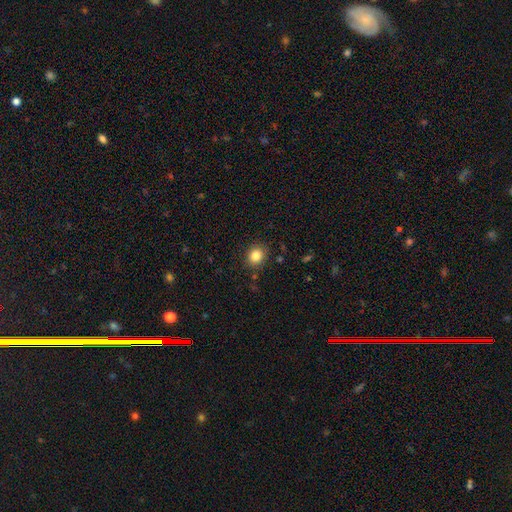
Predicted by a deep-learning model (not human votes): Smooth or featured? smooth (84%)
How rounded? round (75%)
Merging? none (88%)